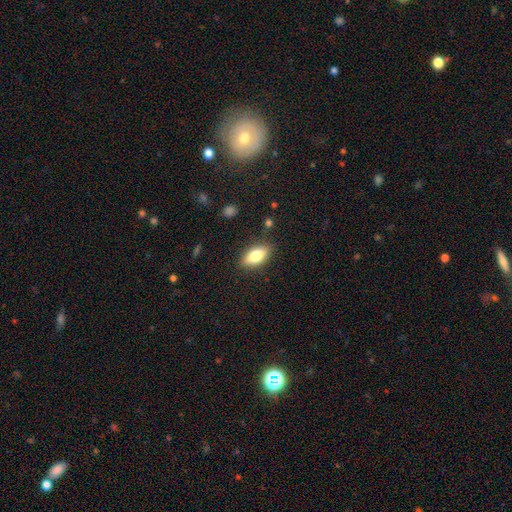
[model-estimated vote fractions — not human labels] Smooth or featured: smooth — 74% (featured or disk — 19%)
How rounded: in between — 82% (cigar-shaped — 14%)
Merging: none — 84% (minor disturbance — 11%)